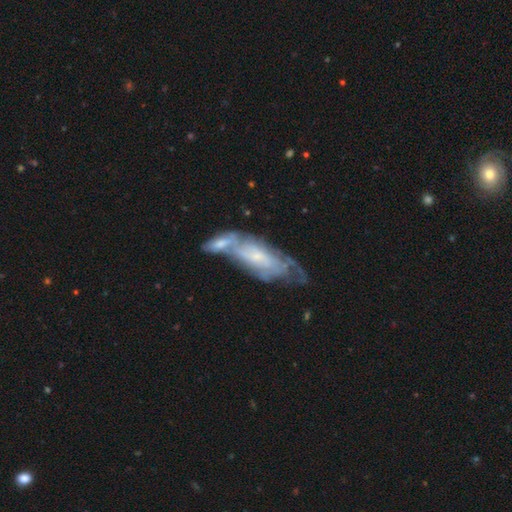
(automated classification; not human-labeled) smooth_or_featured: featured or disk (p=0.68) [alt: smooth p=0.24]
disk_edge_on: no (p=0.84) [alt: yes p=0.16]
bar: no (p=0.65) [alt: weak p=0.28]
has_spiral_arms: yes (p=0.77) [alt: no p=0.23]
bulge_size: small (p=0.63) [alt: moderate p=0.25]
merging: merger (p=0.52) [alt: none p=0.23]